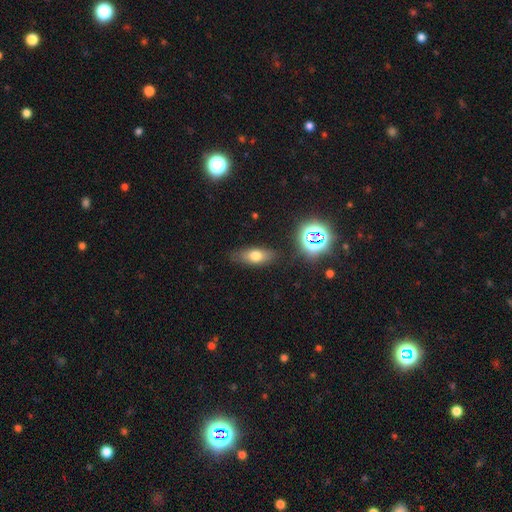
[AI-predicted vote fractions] A smooth galaxy with no disk features (67%) that is in between round and cigar-shaped (74%).

Vote fractions:
- Smooth or featured? smooth: 67% / featured or disk: 19% / star or artifact: 14%
- How rounded? in between: 74% / cigar-shaped: 18% / round: 8%
- Merging? none: 79% / minor disturbance: 15% / major disturbance: 4% / merger: 2%